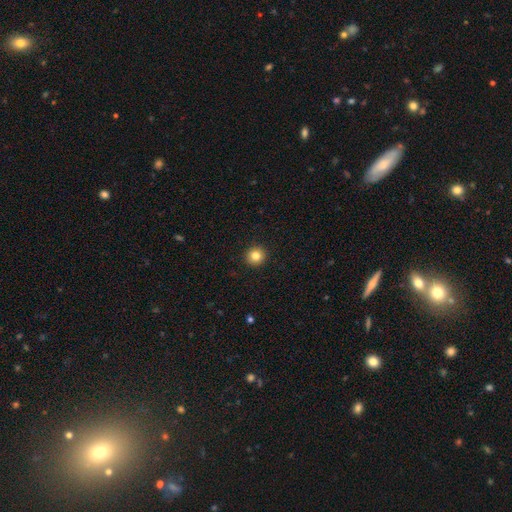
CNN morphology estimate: Smooth or featured? smooth (83%)
How rounded? round (93%)
Merging? none (93%)